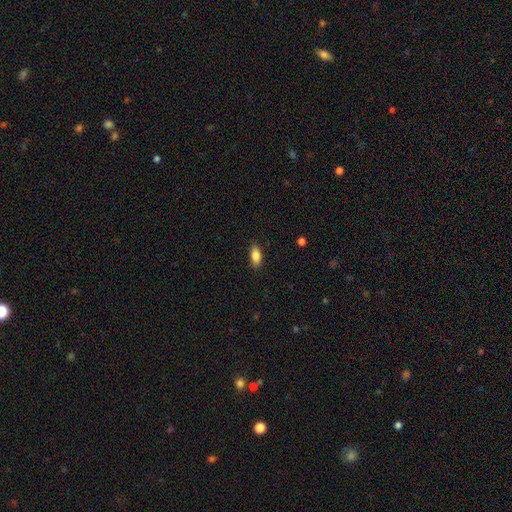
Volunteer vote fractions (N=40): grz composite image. It shows a smooth galaxy with no disk features (90%) that is in between round and cigar-shaped (81%). Merging: none (87%).